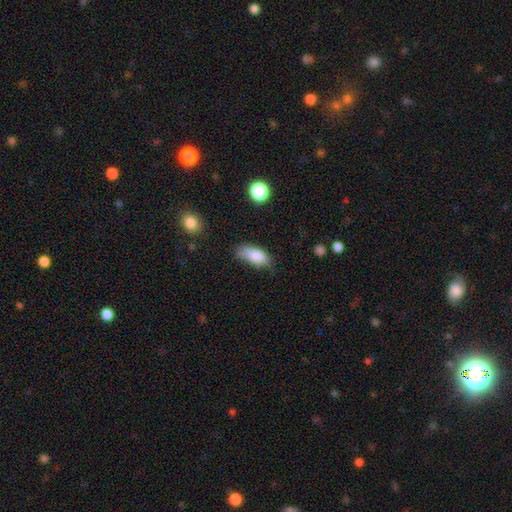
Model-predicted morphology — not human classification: The model was most divided on "merging": none: 53%, minor disturbance: 35%, major disturbance: 10%, merger: 3%. More confident: how rounded — in between (85%); smooth or featured — smooth (84%).